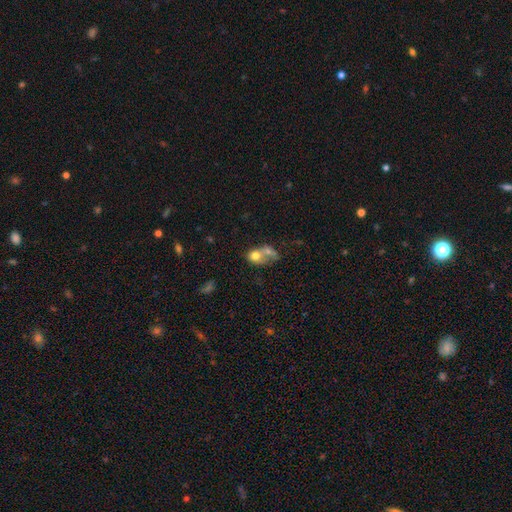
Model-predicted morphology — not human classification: This is likely a smooth galaxy (68%). How rounded: possibly round (54%). Merging: likely merger (66%).